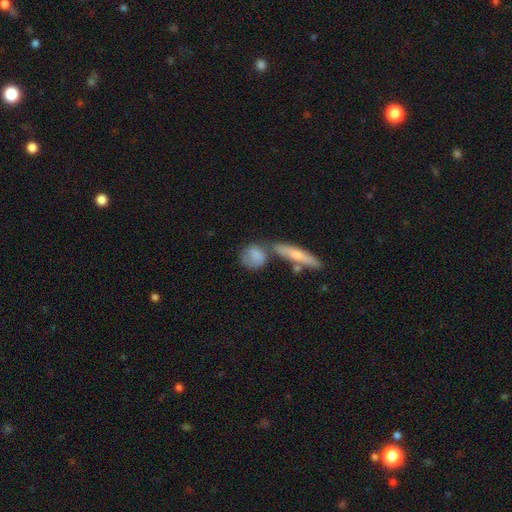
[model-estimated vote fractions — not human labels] Overall: smooth (76%). How rounded: round (60%; in between 29%). Merging: none (49%; merger 25%).